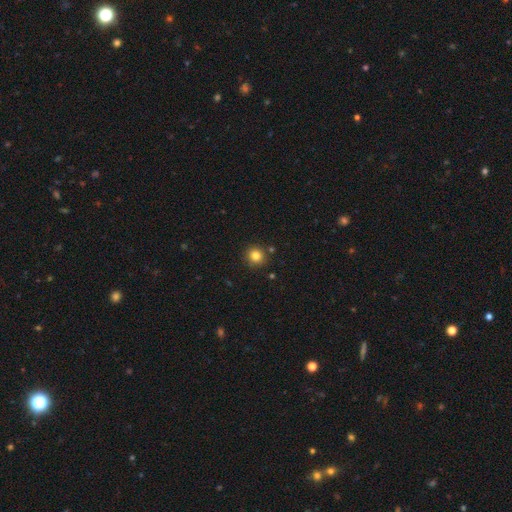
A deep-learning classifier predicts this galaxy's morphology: This is clearly a smooth galaxy (82%). How rounded: clearly round (92%). Merging: clearly none (88%).